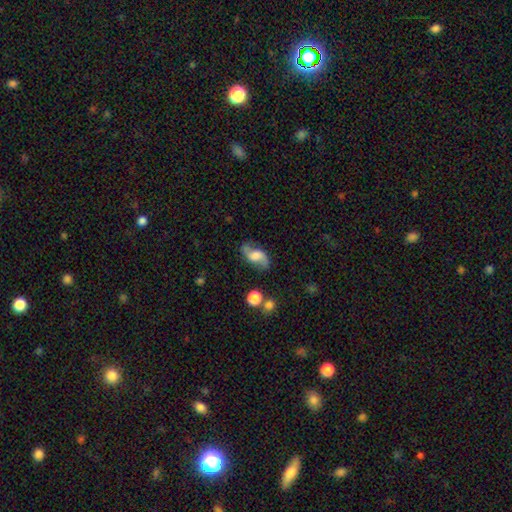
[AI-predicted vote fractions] A featured or disk galaxy (72%) with no bar (46%), 2 (92%) loose (74%) spiral arms (93%) and a moderate central bulge (33%). Merging: none (75%).